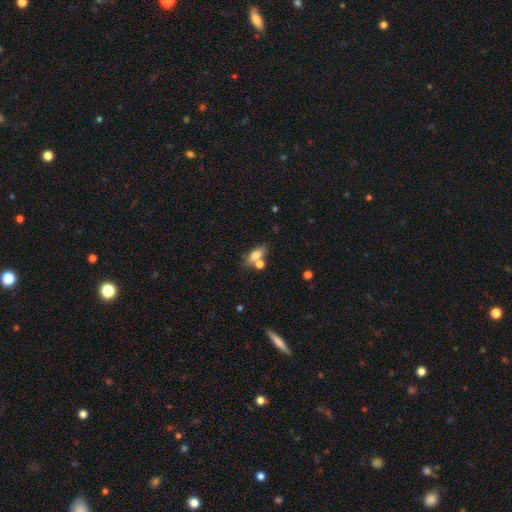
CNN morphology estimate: Smooth or featured? Predicted: smooth (p=0.73). How rounded? Predicted: in between (p=0.74). Merging? Predicted: none (p=0.58).